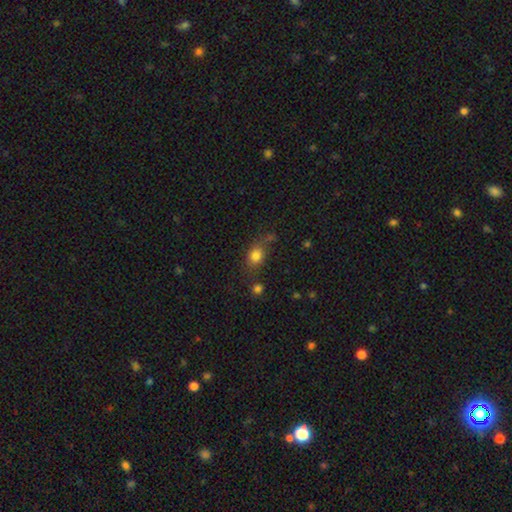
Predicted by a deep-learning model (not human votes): smooth-or-featured: smooth: 81% | star or artifact: 12% | featured or disk: 8%
  how-rounded: in between: 49% (tied) | round: 49% (tied) | cigar-shaped: 2%
  merging: none: 60% | minor disturbance: 21% | merger: 10% | major disturbance: 9%